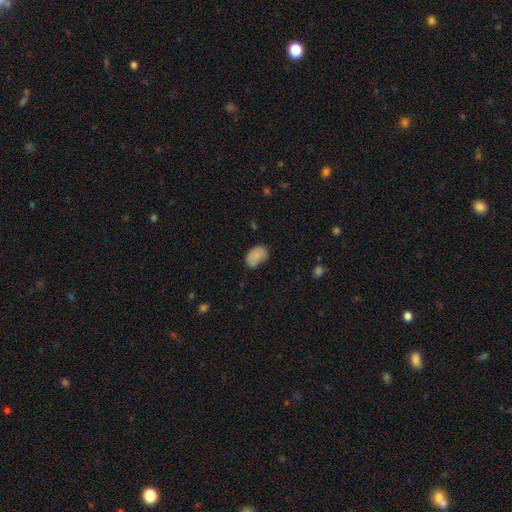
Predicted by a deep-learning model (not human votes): This is clearly a smooth galaxy (83%). How rounded: clearly in between (84%). Merging: possibly none (57%).